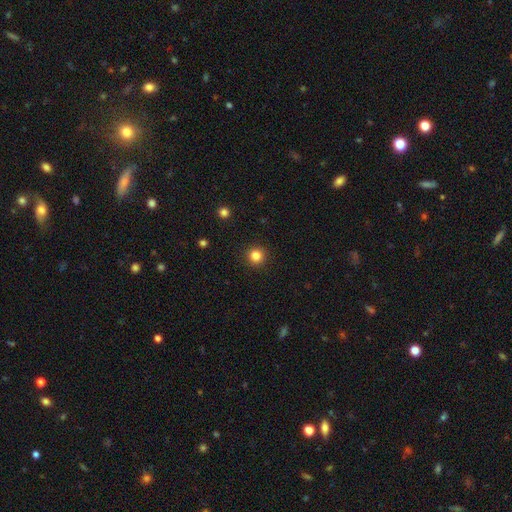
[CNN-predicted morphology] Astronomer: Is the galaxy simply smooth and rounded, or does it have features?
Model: smooth — 83%.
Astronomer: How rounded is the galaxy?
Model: round — 95%.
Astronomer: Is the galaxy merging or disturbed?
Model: none — 93%.